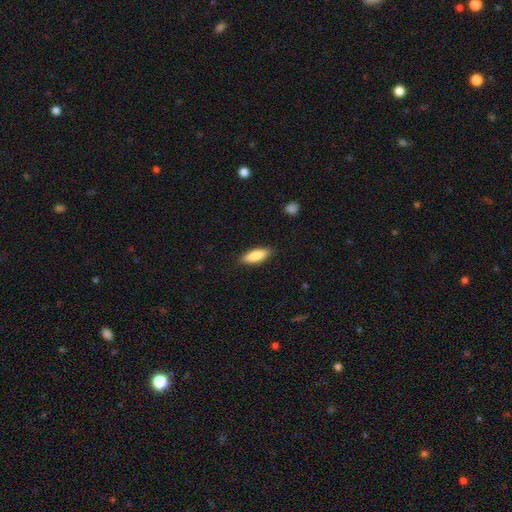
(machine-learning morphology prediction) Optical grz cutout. It shows a smooth galaxy with no disk features (85%) that is in between round and cigar-shaped (57%). Merging: none (88%).